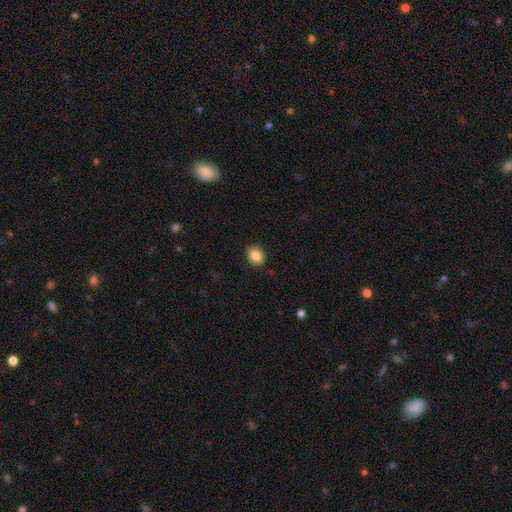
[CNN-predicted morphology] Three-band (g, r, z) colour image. It shows a smooth galaxy with no disk features (84%) that is round (52%). Merging: none (89%).